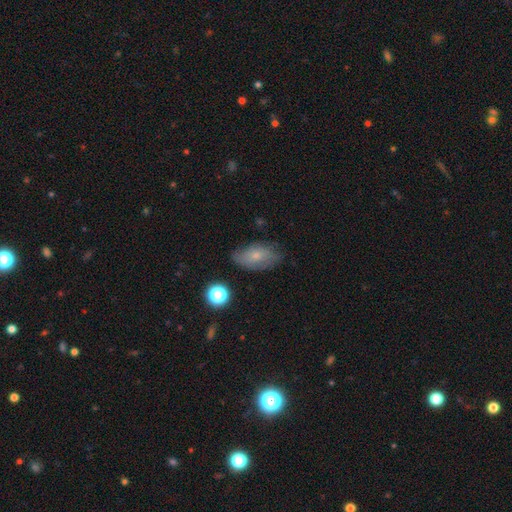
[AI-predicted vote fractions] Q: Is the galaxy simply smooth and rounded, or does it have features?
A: smooth — 63%.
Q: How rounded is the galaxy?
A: in between — 89%.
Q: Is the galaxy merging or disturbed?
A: none — 67%.